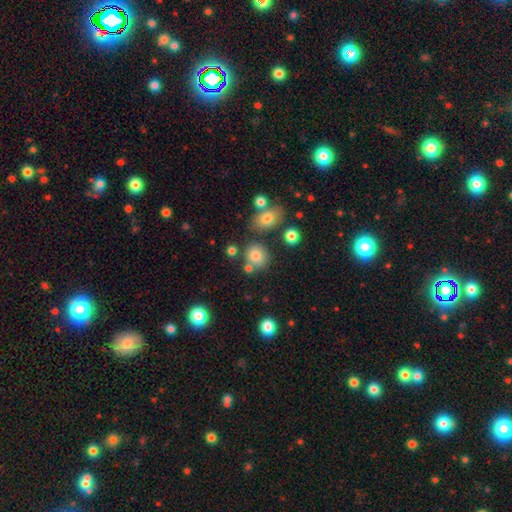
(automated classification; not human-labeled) Smooth or featured?
  - smooth: 79% *
  - star or artifact: 12%
  - featured or disk: 9%
How rounded?
  - round: 80% *
  - in between: 19%
  - cigar-shaped: 1%
Merging?
  - none: 73% *
  - merger: 12%
  - minor disturbance: 11%
  - major disturbance: 4%